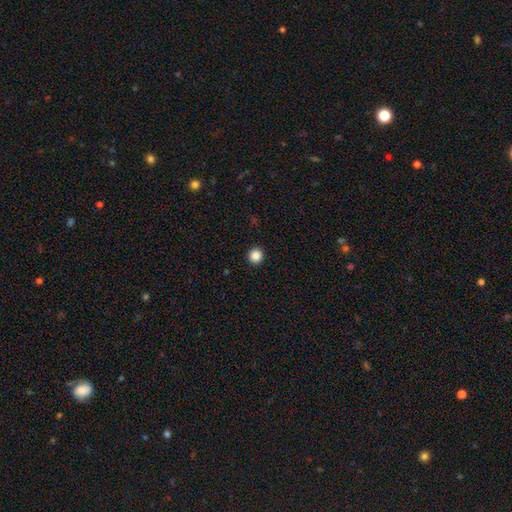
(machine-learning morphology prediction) This appears to be a smooth galaxy with no disk features (86%) that is round (95%). Merging: none (94%).